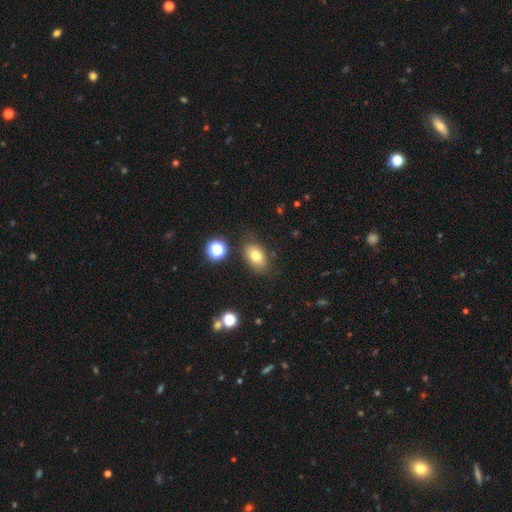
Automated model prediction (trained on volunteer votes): Smooth or featured: smooth — 78% (featured or disk — 11%)
How rounded: in between — 83% (round — 15%)
Merging: none — 78% (minor disturbance — 14%)